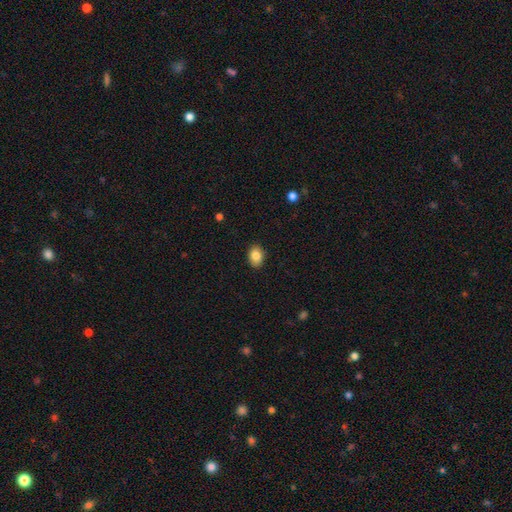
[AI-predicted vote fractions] Q: Smooth or featured?
A: smooth (85%); runner-up: star or artifact (8%)
Q: How rounded?
A: in between (76%); runner-up: round (23%)
Q: Merging?
A: none (89%); runner-up: minor disturbance (8%)